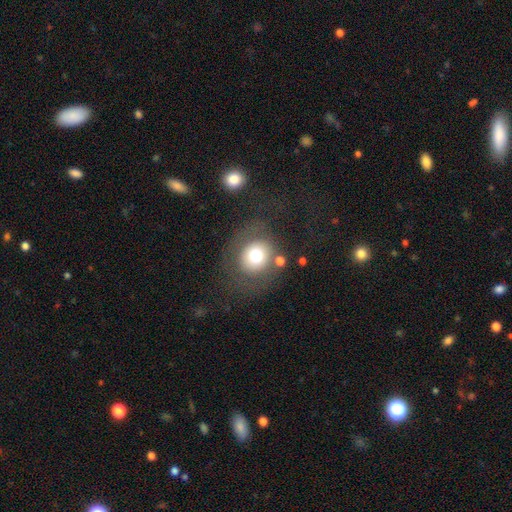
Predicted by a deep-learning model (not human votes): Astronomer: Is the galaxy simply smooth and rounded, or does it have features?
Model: smooth — 69%.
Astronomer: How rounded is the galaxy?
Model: round — 79%.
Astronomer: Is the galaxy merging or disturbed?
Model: none — 69%.